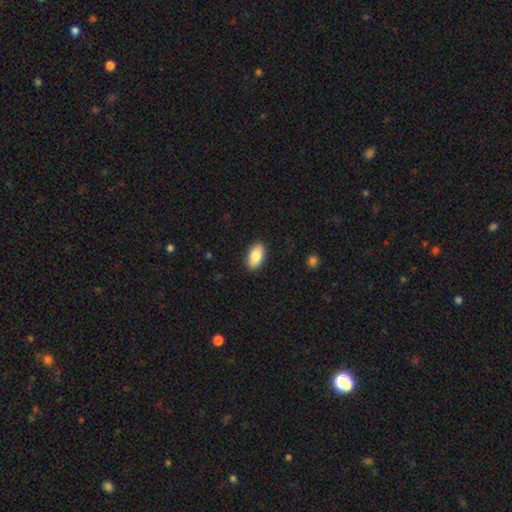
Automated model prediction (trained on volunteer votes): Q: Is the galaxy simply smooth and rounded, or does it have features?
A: smooth — 85%.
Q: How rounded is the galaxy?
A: in between — 94%.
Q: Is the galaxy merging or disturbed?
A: none — 89%.